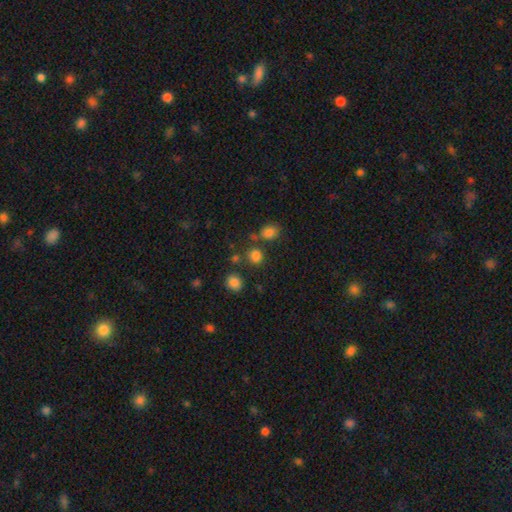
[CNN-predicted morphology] smooth-or-featured: smooth: 79% | star or artifact: 16% | featured or disk: 5%
  how-rounded: round: 77% | in between: 22% | cigar-shaped: 1%
  merging: none: 70% | merger: 15% | minor disturbance: 10% | major disturbance: 4%